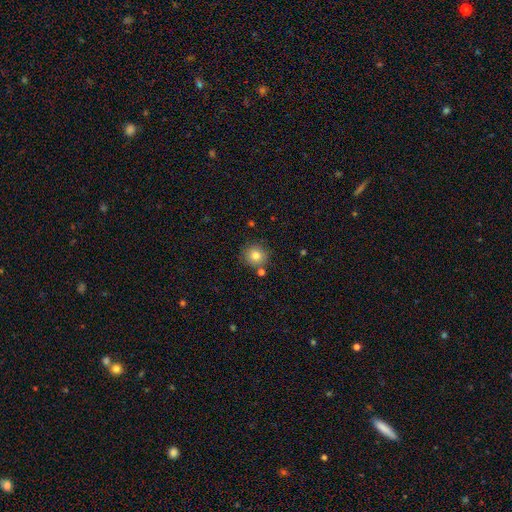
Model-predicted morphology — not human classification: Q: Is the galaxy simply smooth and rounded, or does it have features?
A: smooth — 79%.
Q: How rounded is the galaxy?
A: round — 92%.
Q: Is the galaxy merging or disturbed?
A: none — 81%.